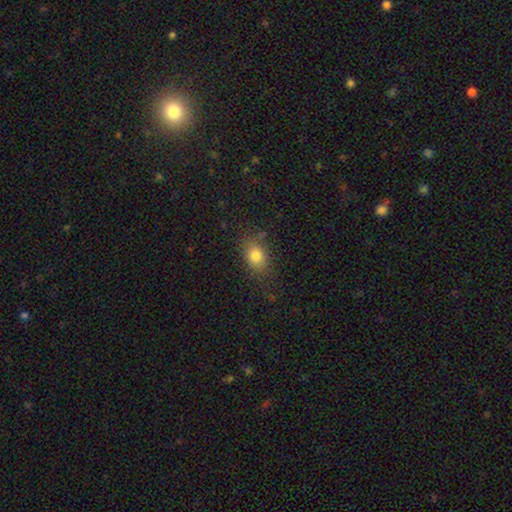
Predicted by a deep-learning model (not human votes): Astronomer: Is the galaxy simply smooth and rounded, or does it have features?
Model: smooth — 80%.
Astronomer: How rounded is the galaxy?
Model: in between — 68%.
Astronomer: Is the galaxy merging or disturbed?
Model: none — 73%.